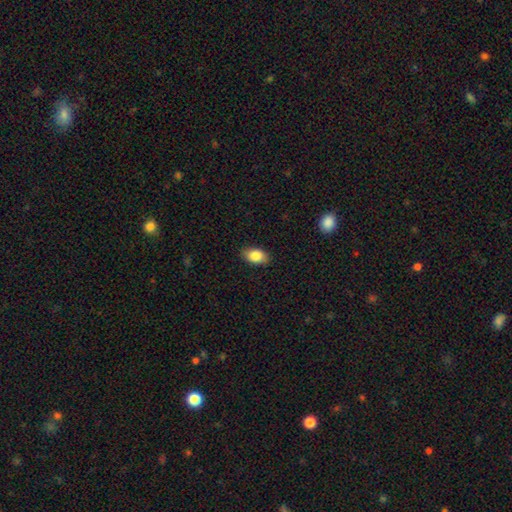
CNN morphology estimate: type=smooth (86%); roundness=in between (89%); merging=none (87%).